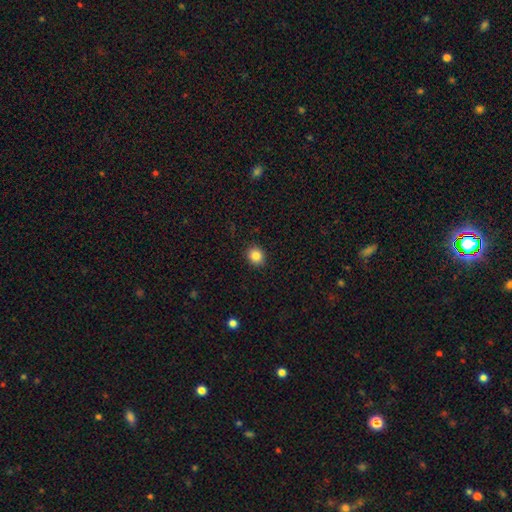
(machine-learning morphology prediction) The model was most divided on "how rounded": round: 74%, in between: 25%, cigar-shaped: 1%. More confident: merging — none (91%); smooth or featured — smooth (85%).